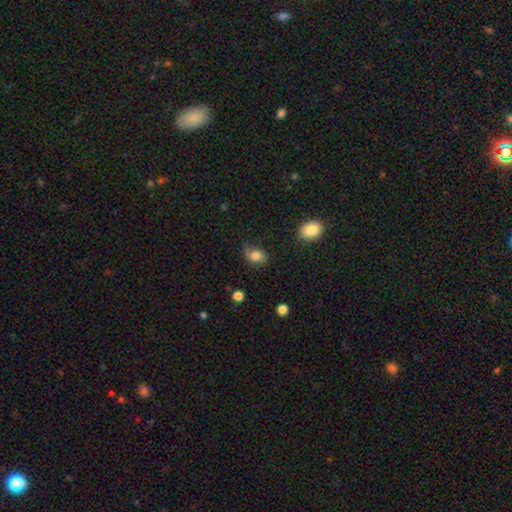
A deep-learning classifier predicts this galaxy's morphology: Overall: smooth (77%). How rounded: in between (60%; round 38%). Merging: none (53%; minor disturbance 30%).